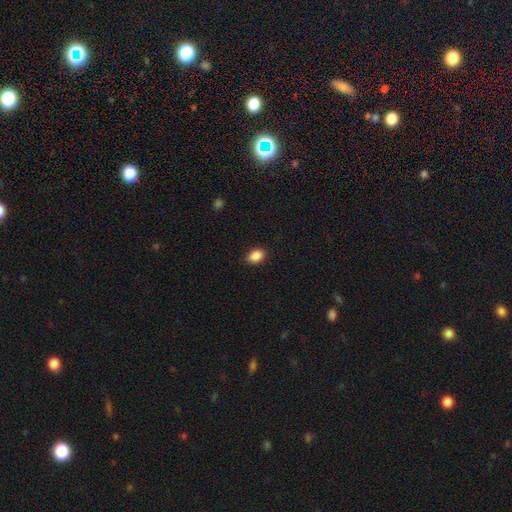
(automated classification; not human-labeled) A smooth galaxy with no disk features (88%) that is in between round and cigar-shaped (76%).

Vote fractions:
- Smooth or featured? smooth: 88% / star or artifact: 8% / featured or disk: 3%
- How rounded? in between: 76% / round: 23% / cigar-shaped: 1%
- Merging? none: 89% / minor disturbance: 8% / major disturbance: 2% / merger: 1%